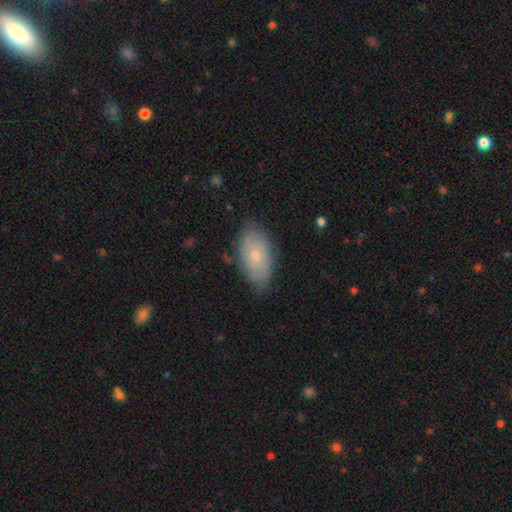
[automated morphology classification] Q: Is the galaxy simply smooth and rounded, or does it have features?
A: smooth — 59%.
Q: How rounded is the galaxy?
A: in between — 93%.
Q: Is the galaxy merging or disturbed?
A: none — 76%.